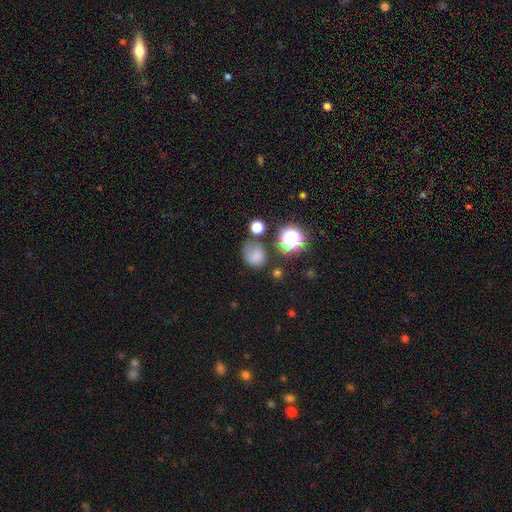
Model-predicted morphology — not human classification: Smooth or featured? smooth (67%)
How rounded? round (58%)
Merging? none (47%)